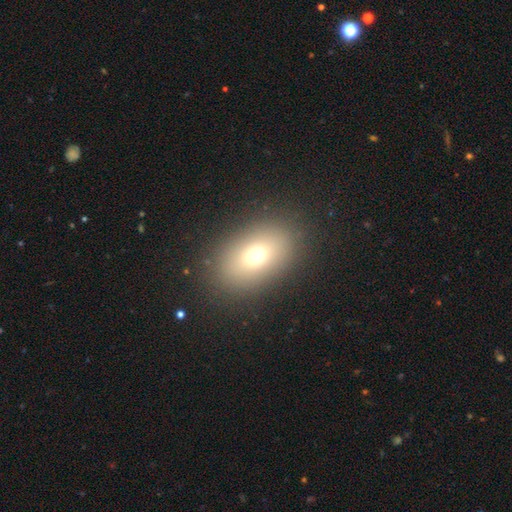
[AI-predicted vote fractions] A smooth galaxy with no disk features (70%) that is in between round and cigar-shaped (79%).

Vote fractions:
- Smooth or featured? smooth: 70% / featured or disk: 15% / star or artifact: 15%
- How rounded? in between: 79% / round: 20% / cigar-shaped: 2%
- Merging? none: 86% / minor disturbance: 8% / major disturbance: 5% / merger: 1%